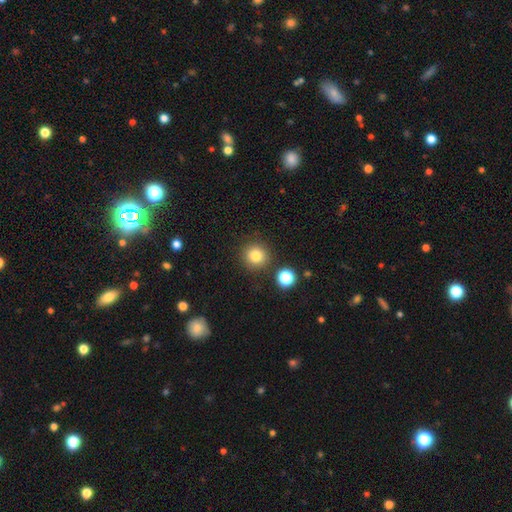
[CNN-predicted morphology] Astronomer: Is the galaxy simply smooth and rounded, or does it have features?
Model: smooth — 82%.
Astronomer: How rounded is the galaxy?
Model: round — 93%.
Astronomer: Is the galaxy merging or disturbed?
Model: none — 85%.